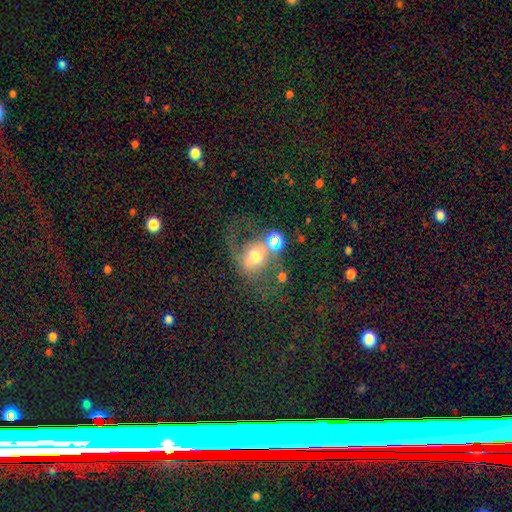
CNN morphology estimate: Smooth or featured? featured or disk (46%)
Merging? none (31%)